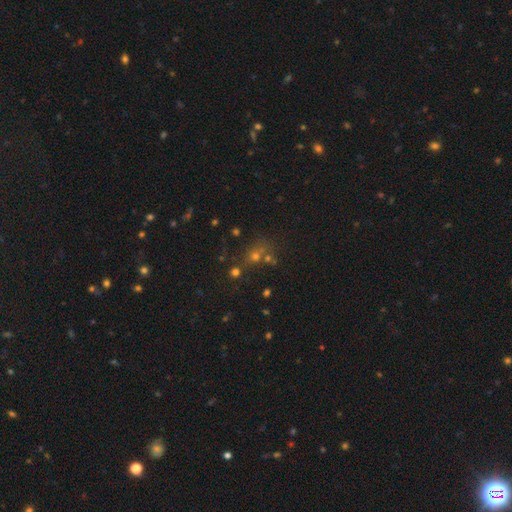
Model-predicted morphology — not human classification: smooth 46%, star or artifact 40%, featured or disk 15%. Down the decision tree: merging — none (51%).